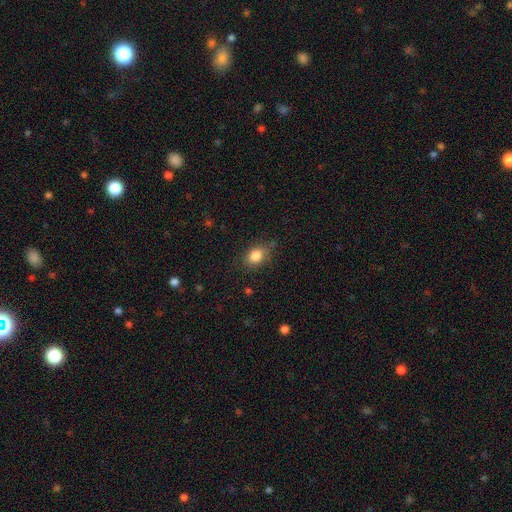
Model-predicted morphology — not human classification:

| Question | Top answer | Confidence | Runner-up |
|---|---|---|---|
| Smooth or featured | smooth | 84% | star or artifact (9%) |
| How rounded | in between | 62% | round (37%) |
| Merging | none | 77% | minor disturbance (17%) |